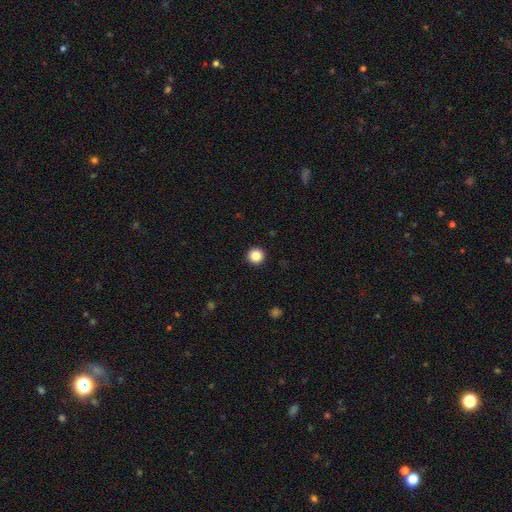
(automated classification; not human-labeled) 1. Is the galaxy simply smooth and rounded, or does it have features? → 86% smooth, 10% star or artifact, 4% featured or disk.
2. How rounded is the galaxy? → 96% round, 3% in between, 1% cigar-shaped.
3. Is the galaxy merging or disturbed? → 94% none, 4% minor disturbance, 1% major disturbance, 1% merger.